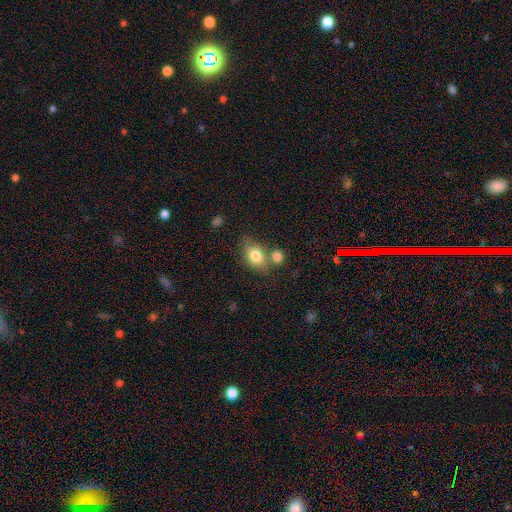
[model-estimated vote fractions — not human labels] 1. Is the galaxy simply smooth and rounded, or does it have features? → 80% smooth, 12% featured or disk, 8% star or artifact.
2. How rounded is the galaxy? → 76% in between, 21% round, 2% cigar-shaped.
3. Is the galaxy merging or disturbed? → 53% none, 26% merger, 16% minor disturbance, 5% major disturbance.